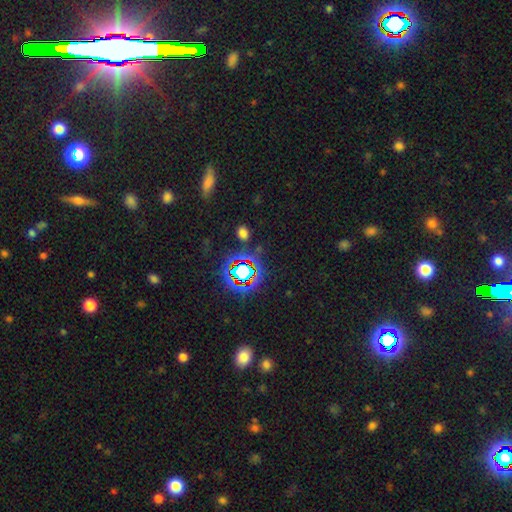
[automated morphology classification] A star or artifact, not a galaxy (78%).